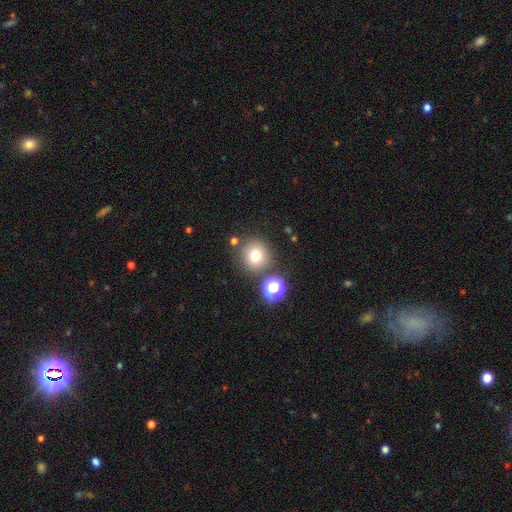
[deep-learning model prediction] Q: Smooth or featured?
A: smooth (74%); runner-up: star or artifact (16%)
Q: How rounded?
A: round (92%); runner-up: in between (7%)
Q: Merging?
A: none (79%); runner-up: minor disturbance (9%)